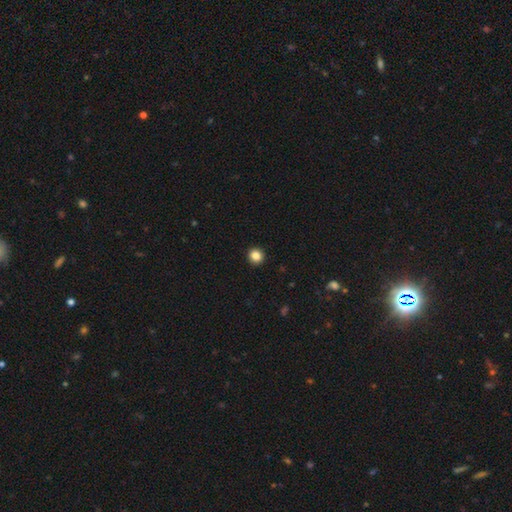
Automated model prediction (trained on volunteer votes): Smooth or featured? smooth (86%)
How rounded? round (93%)
Merging? none (94%)